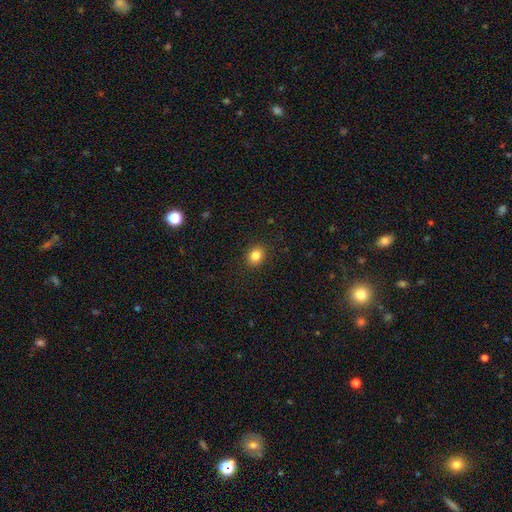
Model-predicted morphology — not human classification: Smooth or featured: smooth — 84% (star or artifact — 10%)
How rounded: round — 59% (in between — 40%)
Merging: none — 90% (minor disturbance — 7%)